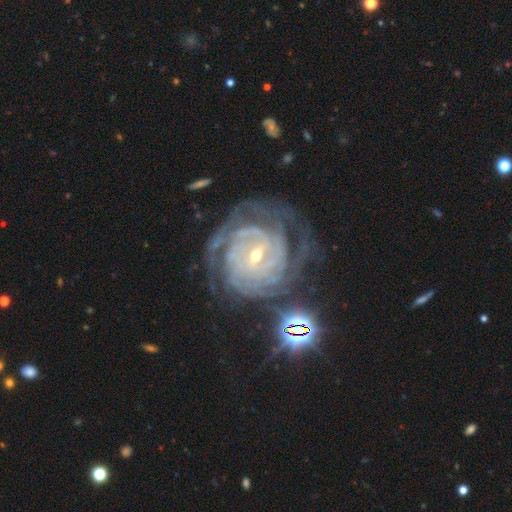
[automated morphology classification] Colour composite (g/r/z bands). It shows a featured or disk galaxy (88%) with a weak bar (45%), tight (76%) spiral arms (96%) and a small central bulge (69%). Merging: none (64%).